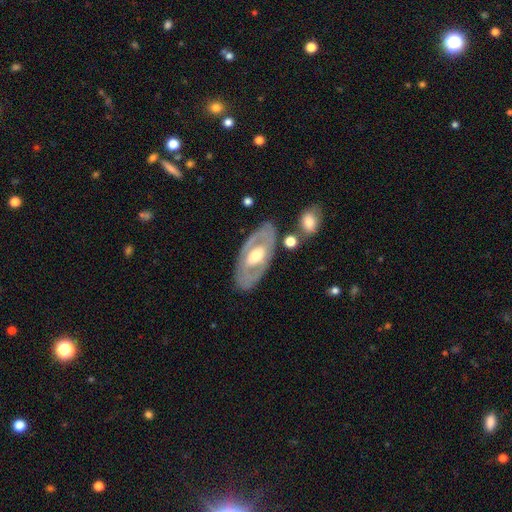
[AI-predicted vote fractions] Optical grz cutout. It shows a featured or disk galaxy (73%) with no bar (50%), no spiral arms (54%) and a moderate central bulge (70%). Merging: none (80%).